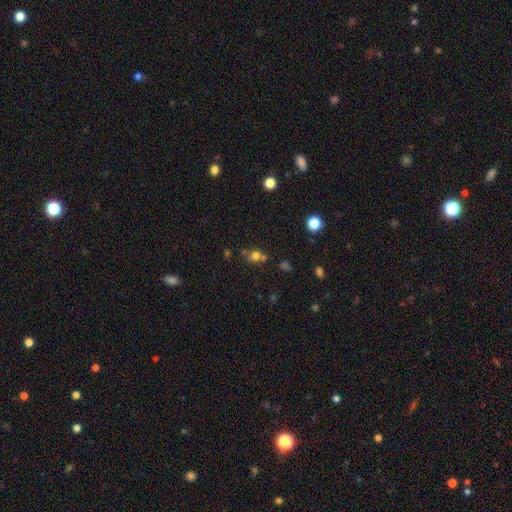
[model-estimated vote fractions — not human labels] smooth_or_featured: smooth (p=0.69) [alt: star or artifact p=0.19]
how_rounded: round (p=0.73) [alt: in between p=0.26]
merging: none (p=0.51) [alt: merger p=0.30]